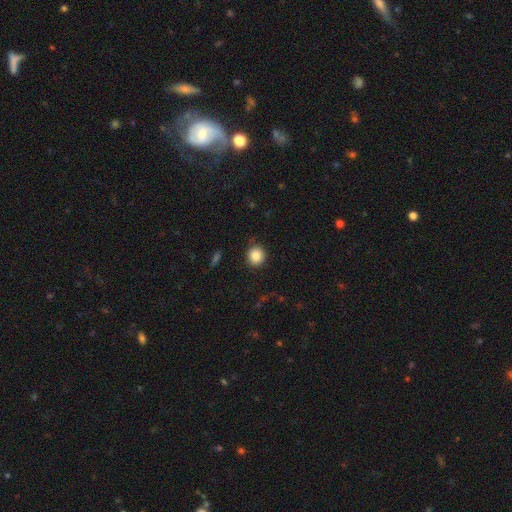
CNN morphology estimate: This is clearly a smooth galaxy (86%). How rounded: clearly round (90%). Merging: clearly none (87%).